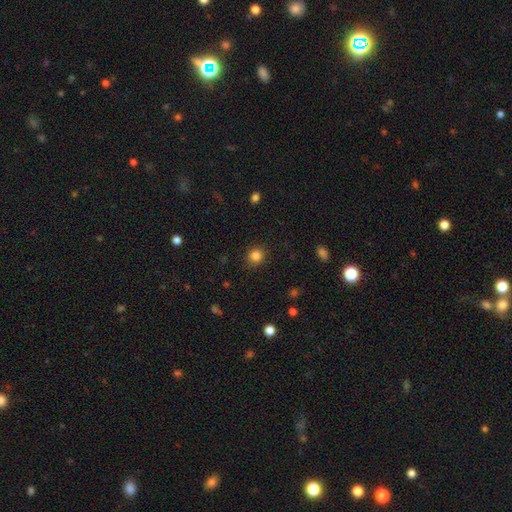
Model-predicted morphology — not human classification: This appears to be a smooth galaxy with no disk features (83%) that is round (86%). Merging: none (88%).